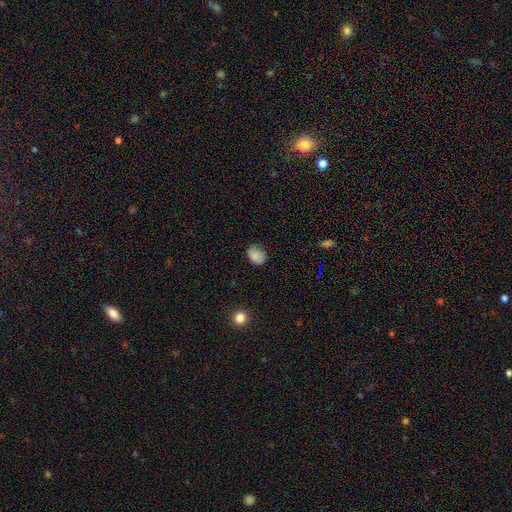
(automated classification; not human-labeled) Smooth or featured: smooth — 83% (star or artifact — 10%)
How rounded: in between — 51% (round — 48%)
Merging: none — 67% (minor disturbance — 26%)